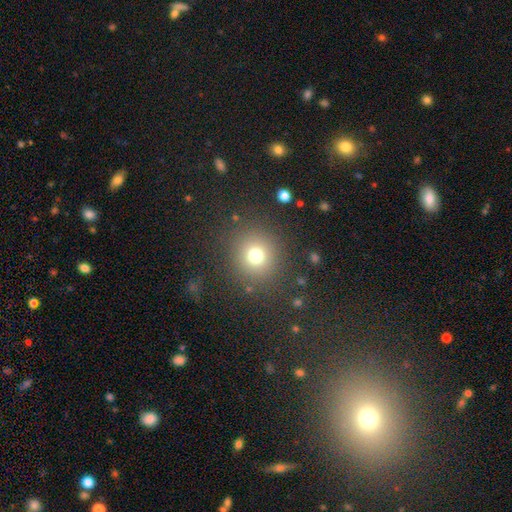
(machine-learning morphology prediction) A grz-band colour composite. It shows a smooth galaxy with no disk features (73%) that is round (91%). Merging: none (86%).